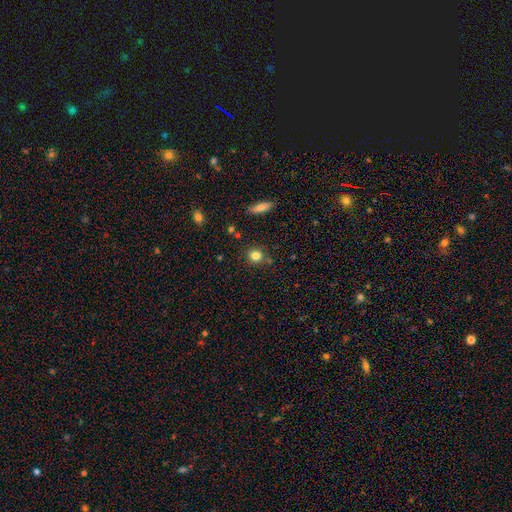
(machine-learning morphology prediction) This is clearly a smooth galaxy (80%). How rounded: clearly round (89%). Merging: likely none (80%).